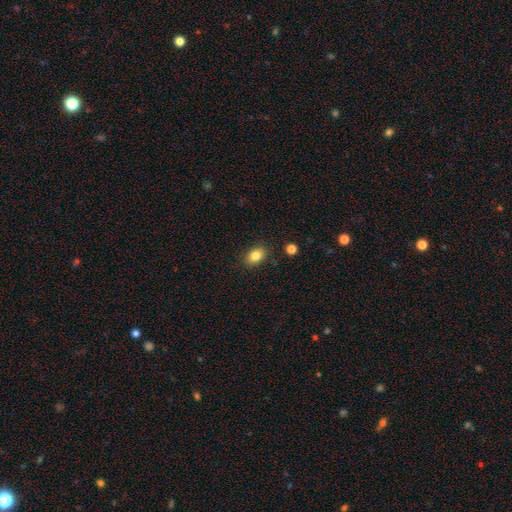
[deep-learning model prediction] smooth 84%, star or artifact 9%, featured or disk 7%. Down the decision tree: how rounded — in between (77%); merging — none (86%).